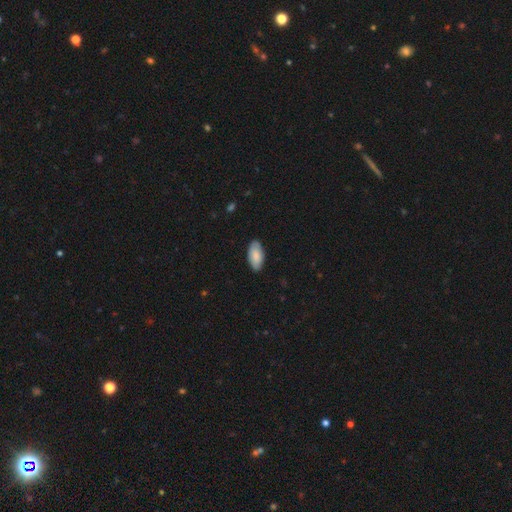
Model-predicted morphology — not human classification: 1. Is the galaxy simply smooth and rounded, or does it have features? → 83% smooth, 11% featured or disk, 6% star or artifact.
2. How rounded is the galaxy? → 94% in between, 4% cigar-shaped, 2% round.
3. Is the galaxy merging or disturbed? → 81% none, 15% minor disturbance, 2% major disturbance, 1% merger.